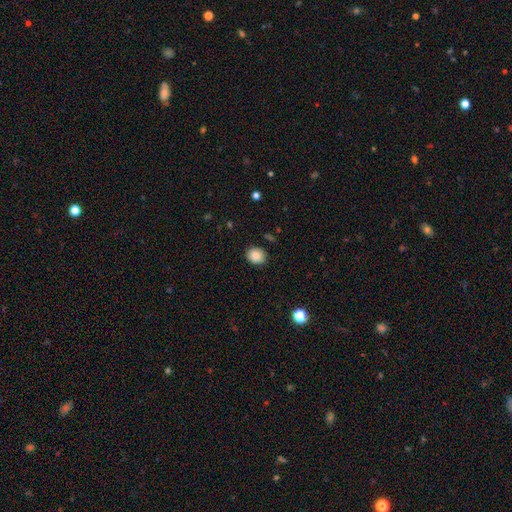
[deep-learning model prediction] Smooth or featured?
  - smooth: 87% *
  - star or artifact: 9%
  - featured or disk: 4%
How rounded?
  - round: 70% *
  - in between: 29%
  - cigar-shaped: 1%
Merging?
  - none: 88% *
  - minor disturbance: 9%
  - major disturbance: 2%
  - merger: 1%